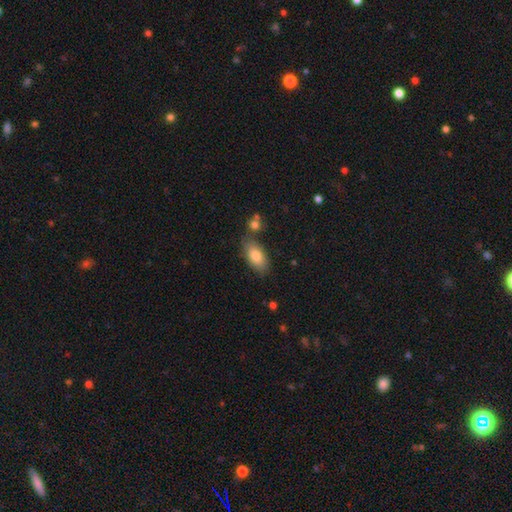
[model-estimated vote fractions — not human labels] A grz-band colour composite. It shows a smooth galaxy with no disk features (81%) that is in between round and cigar-shaped (91%). Merging: none (76%).